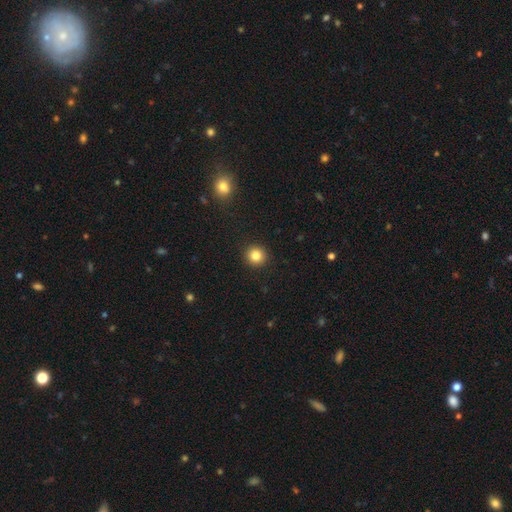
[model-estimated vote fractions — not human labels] smooth_or_featured: smooth (p=0.83) [alt: star or artifact p=0.11]
how_rounded: round (p=0.94) [alt: in between p=0.05]
merging: none (p=0.93) [alt: minor disturbance p=0.05]